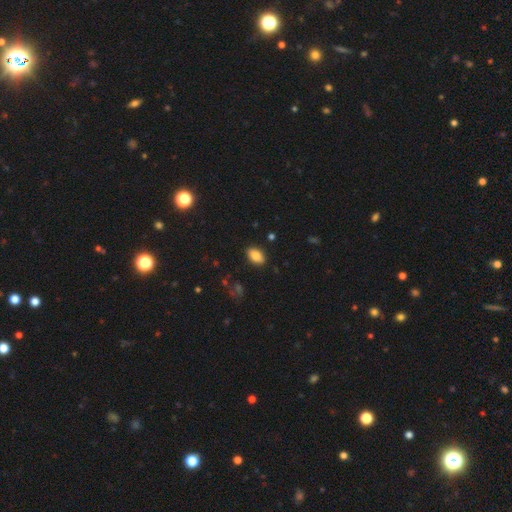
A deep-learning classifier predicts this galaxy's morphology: Q: Smooth or featured?
A: smooth (86%); runner-up: star or artifact (8%)
Q: How rounded?
A: in between (90%); runner-up: round (8%)
Q: Merging?
A: none (88%); runner-up: minor disturbance (9%)